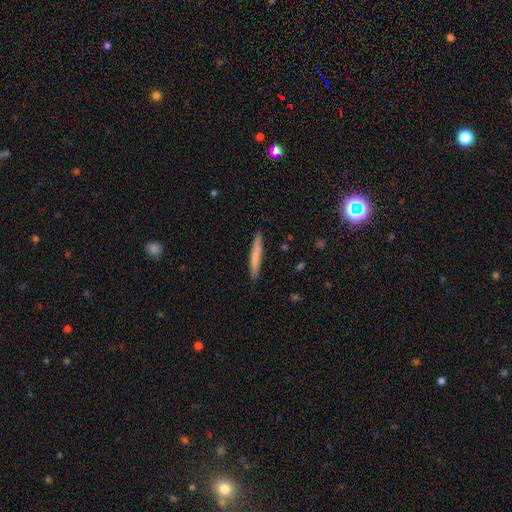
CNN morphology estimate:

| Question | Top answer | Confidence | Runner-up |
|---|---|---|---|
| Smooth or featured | smooth | 71% | featured or disk (23%) |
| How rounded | cigar-shaped | 96% | in between (3%) |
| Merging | none | 91% | minor disturbance (7%) |